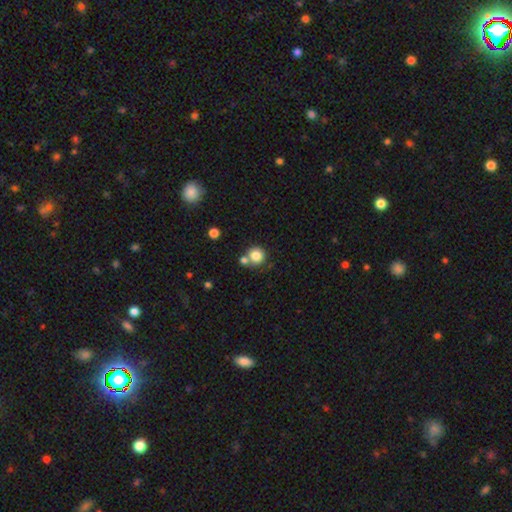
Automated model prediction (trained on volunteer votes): A smooth galaxy with no disk features (82%) that is round (91%).

Vote fractions:
- Smooth or featured? smooth: 82% / star or artifact: 11% / featured or disk: 7%
- How rounded? round: 91% / in between: 8% / cigar-shaped: 1%
- Merging? none: 62% / merger: 24% / minor disturbance: 10% / major disturbance: 3%